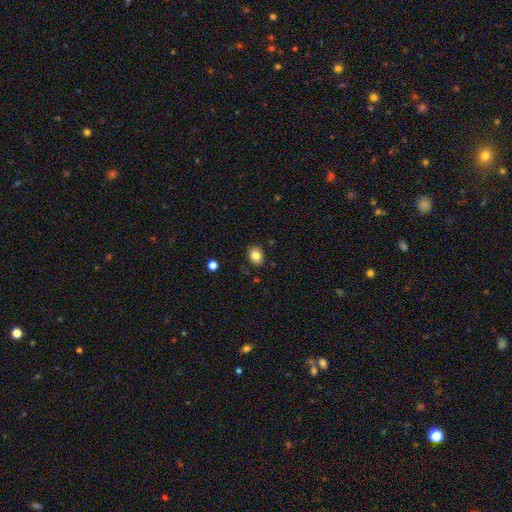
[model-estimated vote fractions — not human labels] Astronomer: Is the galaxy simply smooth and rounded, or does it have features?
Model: smooth — 83%.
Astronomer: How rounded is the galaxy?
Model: in between — 50% (runner-up: round, 49%).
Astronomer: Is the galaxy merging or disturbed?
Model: none — 87%.